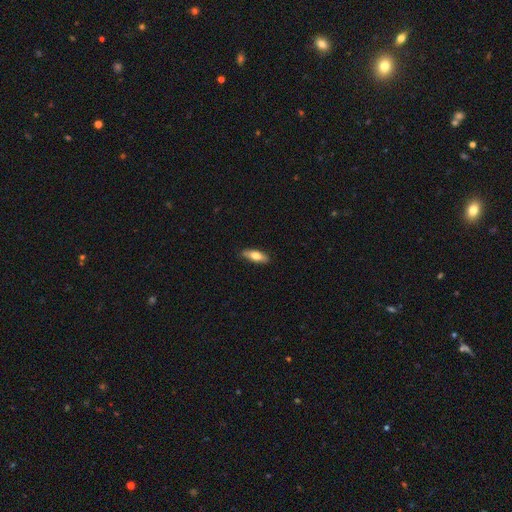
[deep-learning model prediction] smooth 68%, featured or disk 26%, star or artifact 6%. Down the decision tree: how rounded — in between (61%); merging — none (89%).